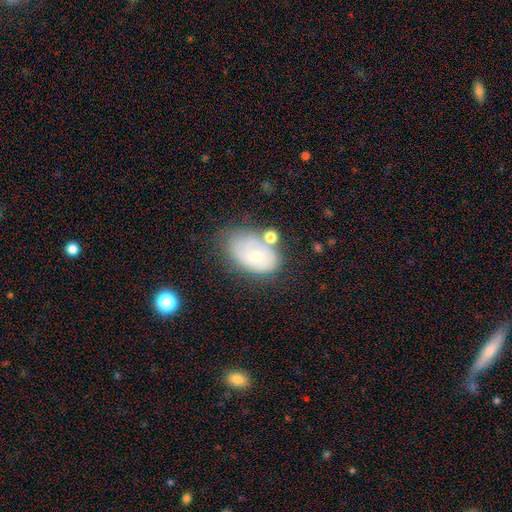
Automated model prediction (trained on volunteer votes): A smooth galaxy with no disk features (56%) that is in between round and cigar-shaped (88%). Merging: none (44%).